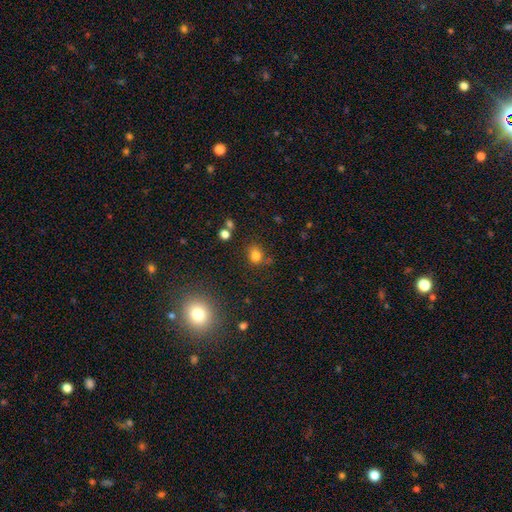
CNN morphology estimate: This is likely a smooth galaxy (79%). How rounded: possibly in between (51%). Merging: likely none (68%).